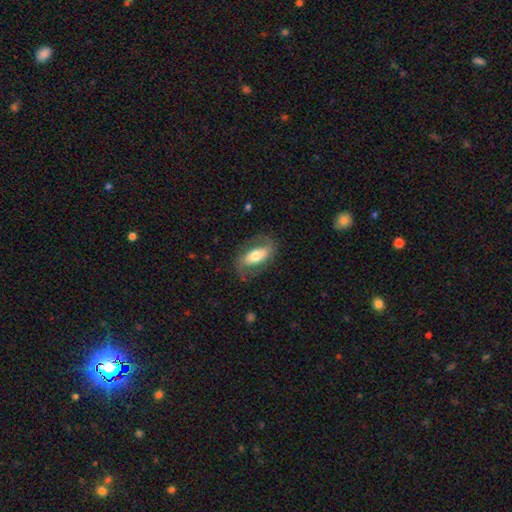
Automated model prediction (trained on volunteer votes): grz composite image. It shows a featured or disk galaxy (52%). Merging: none (74%).